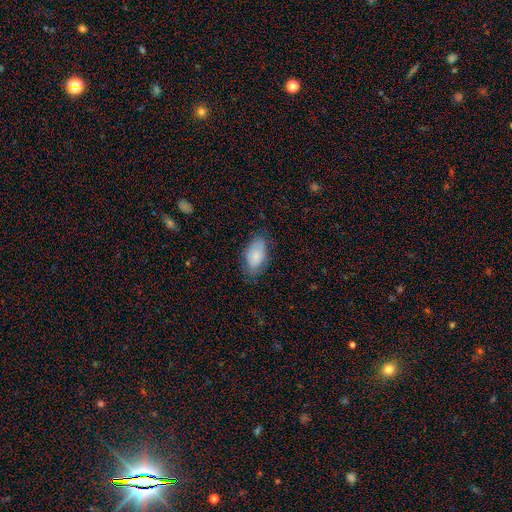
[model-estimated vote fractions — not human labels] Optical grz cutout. It shows a smooth galaxy with no disk features (76%) that is in between round and cigar-shaped (94%). Merging: none (69%).